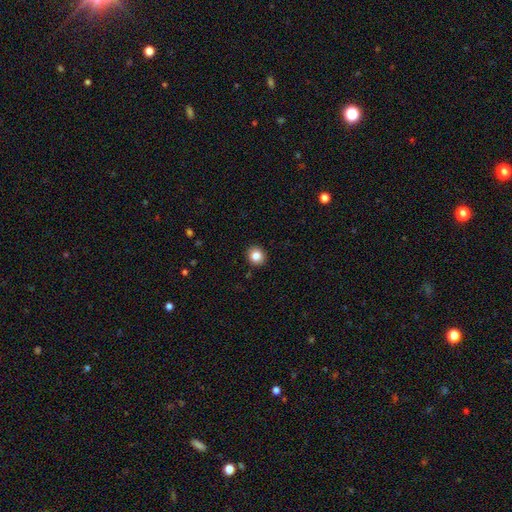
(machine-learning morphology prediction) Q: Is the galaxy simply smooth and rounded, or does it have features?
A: smooth — 84%.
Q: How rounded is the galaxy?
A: round — 84%.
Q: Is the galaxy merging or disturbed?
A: none — 91%.